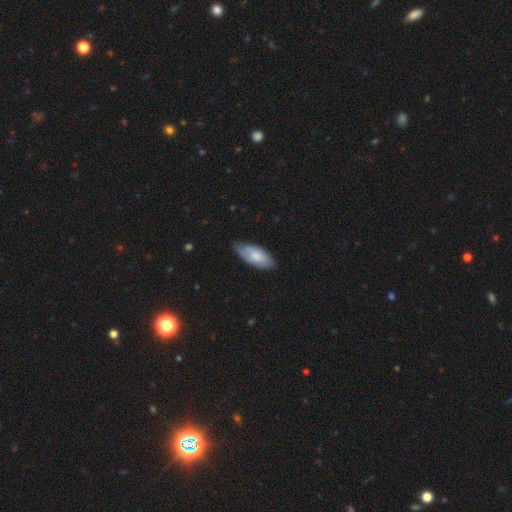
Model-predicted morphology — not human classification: smooth-or-featured: smooth: 68% | featured or disk: 26% | star or artifact: 5%
  how-rounded: in between: 88% | cigar-shaped: 10% | round: 2%
  merging: none: 67% | minor disturbance: 28% | major disturbance: 4% | merger: 1%